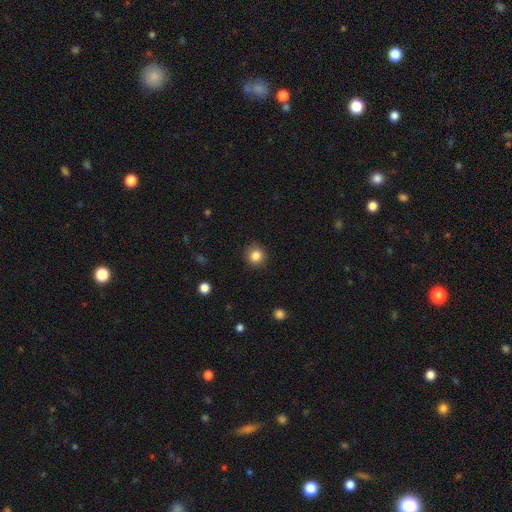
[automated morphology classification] A smooth galaxy with no disk features (85%) that is round (90%).

Vote fractions:
- Smooth or featured? smooth: 85% / star or artifact: 11% / featured or disk: 5%
- How rounded? round: 90% / in between: 9% / cigar-shaped: 1%
- Merging? none: 90% / minor disturbance: 7% / major disturbance: 2% / merger: 1%